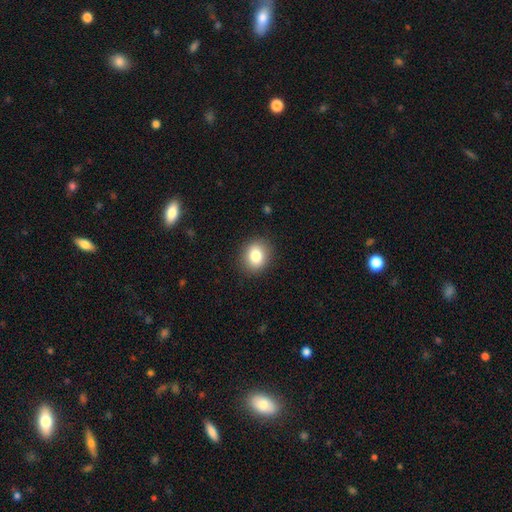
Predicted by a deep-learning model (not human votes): The model was most divided on "how rounded": round: 62%, in between: 37%, cigar-shaped: 1%. More confident: merging — none (89%); smooth or featured — smooth (83%).